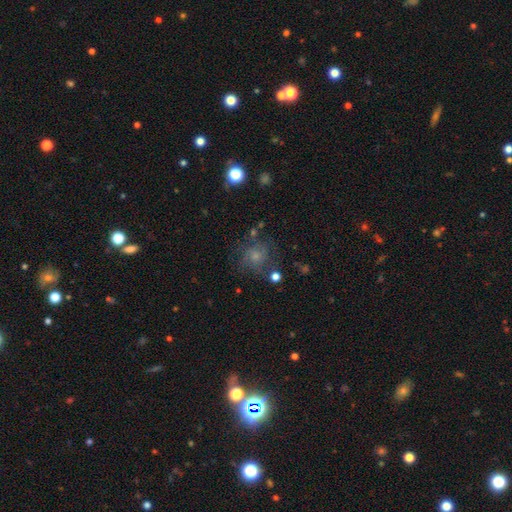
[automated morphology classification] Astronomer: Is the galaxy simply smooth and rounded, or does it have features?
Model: smooth — 53% (runner-up: featured or disk, 30%).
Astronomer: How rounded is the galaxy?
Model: round — 83%.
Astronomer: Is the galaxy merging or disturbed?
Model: none — 63%.